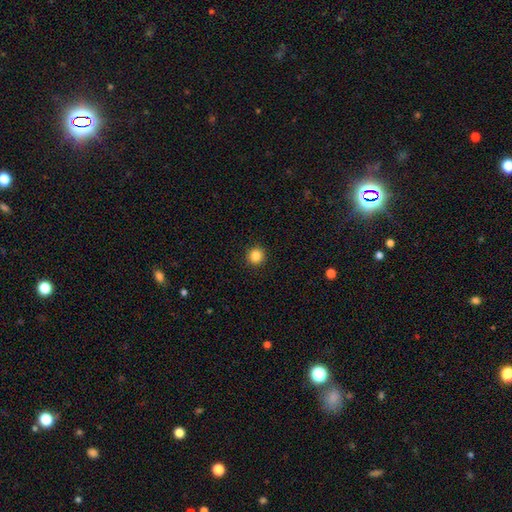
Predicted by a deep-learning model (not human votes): This is clearly a smooth galaxy (86%). How rounded: clearly round (94%). Merging: clearly none (93%).